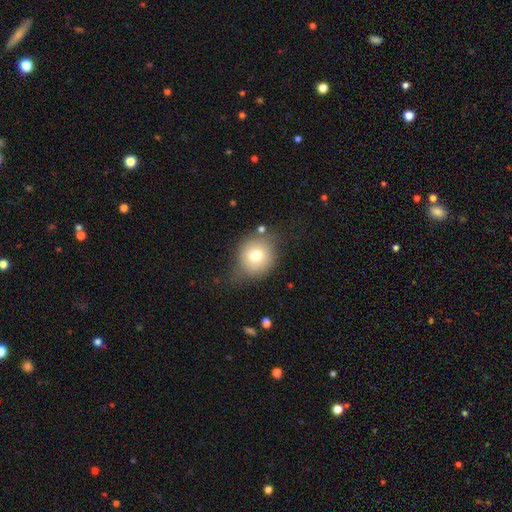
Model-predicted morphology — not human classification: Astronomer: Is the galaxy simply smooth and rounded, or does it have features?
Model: smooth — 72%.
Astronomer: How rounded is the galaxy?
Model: round — 82%.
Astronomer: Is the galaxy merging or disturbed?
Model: none — 61%.